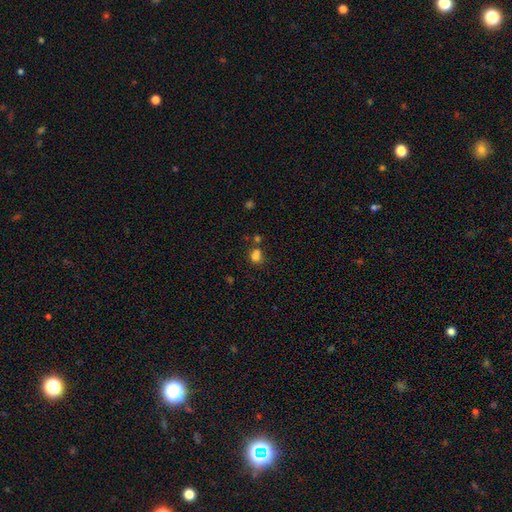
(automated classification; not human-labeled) Smooth or featured: smooth — 77% (star or artifact — 15%)
How rounded: round — 62% (in between — 37%)
Merging: none — 47% (merger — 31%)